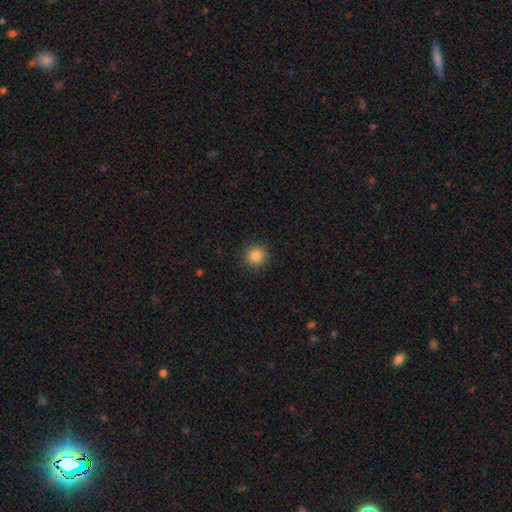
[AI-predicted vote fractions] smooth 85%, star or artifact 11%, featured or disk 4%. Down the decision tree: how rounded — round (92%); merging — none (91%).